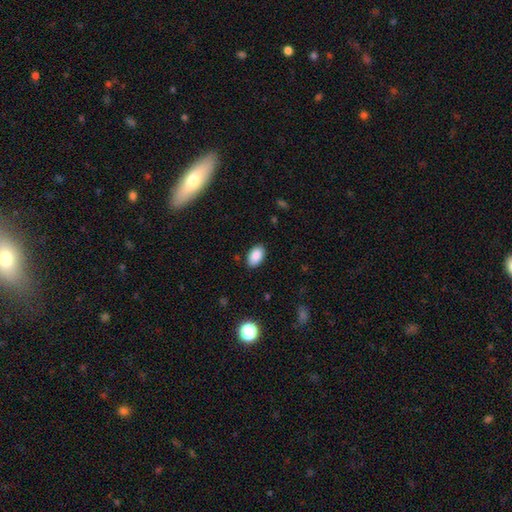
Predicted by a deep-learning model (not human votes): Smooth or featured?
  - smooth: 88% *
  - star or artifact: 8%
  - featured or disk: 4%
How rounded?
  - in between: 92% *
  - round: 6%
  - cigar-shaped: 1%
Merging?
  - none: 87% *
  - minor disturbance: 9%
  - major disturbance: 2%
  - merger: 1%